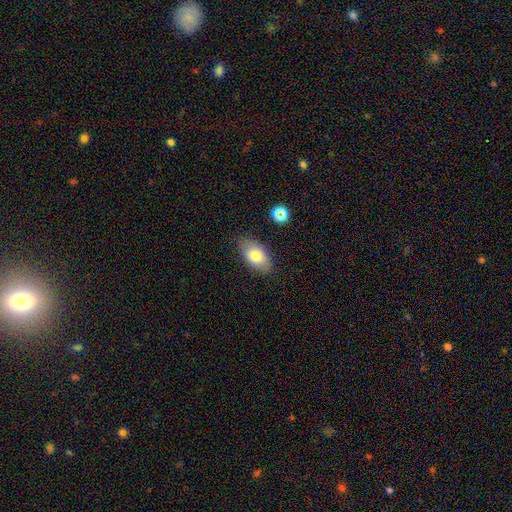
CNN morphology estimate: A smooth galaxy with no disk features (78%) that is in between round and cigar-shaped (92%). Merging: none (81%).